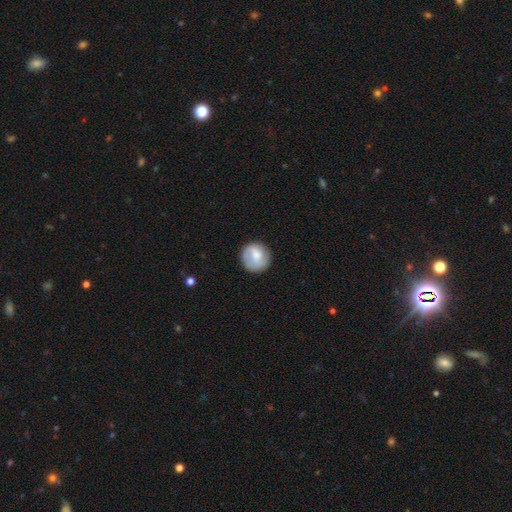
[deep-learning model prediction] smooth 67%, featured or disk 27%, star or artifact 6%. Down the decision tree: how rounded — round (91%); merging — none (83%).